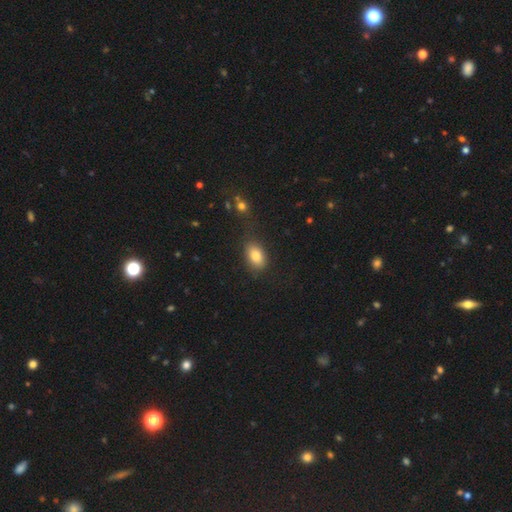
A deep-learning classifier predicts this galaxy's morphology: This is clearly a smooth galaxy (82%). How rounded: clearly in between (86%). Merging: likely none (73%).